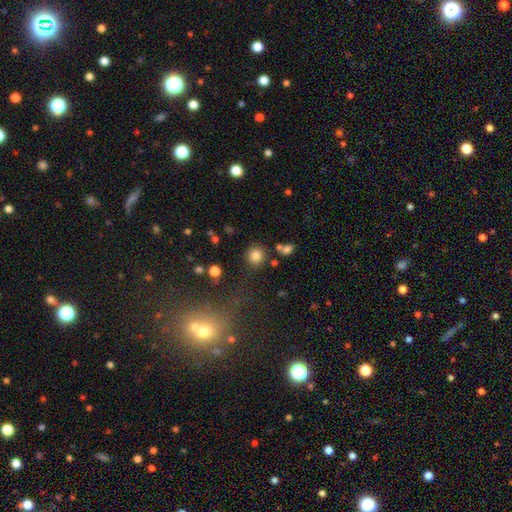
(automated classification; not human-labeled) Smooth or featured? Predicted: smooth (p=0.82). How rounded? Predicted: round (p=0.90). Merging? Predicted: none (p=0.82).